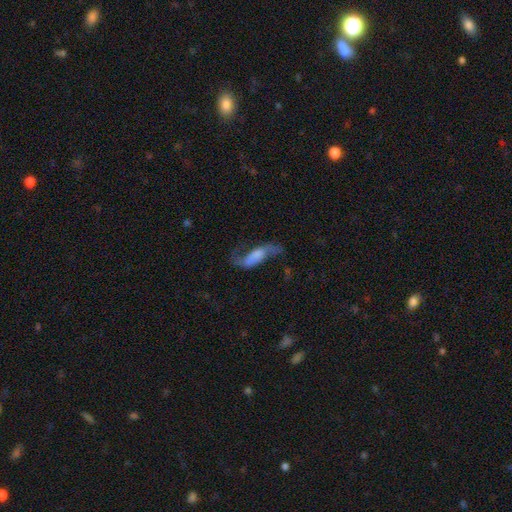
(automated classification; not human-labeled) Smooth or featured? Predicted: featured or disk (p=0.64). Edge-on disk? Predicted: no (p=0.88). Bar? Predicted: no (p=0.49). Spiral arms? Predicted: yes (p=0.86). Bulge size? Predicted: none (p=0.34). Merging? Predicted: none (p=0.51).